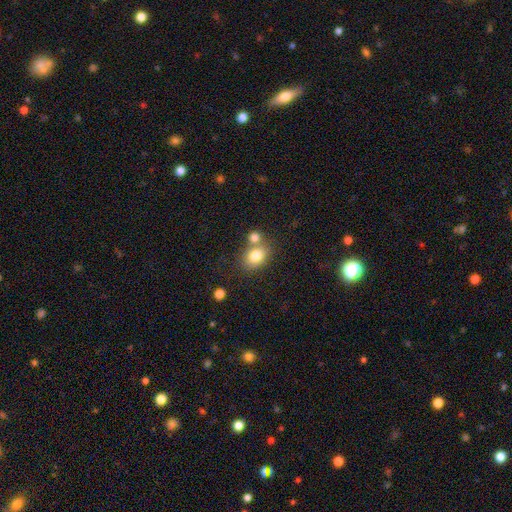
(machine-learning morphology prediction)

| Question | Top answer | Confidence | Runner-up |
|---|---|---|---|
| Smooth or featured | smooth | 79% | featured or disk (11%) |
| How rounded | in between | 54% | round (45%) |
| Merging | none | 53% | merger (32%) |